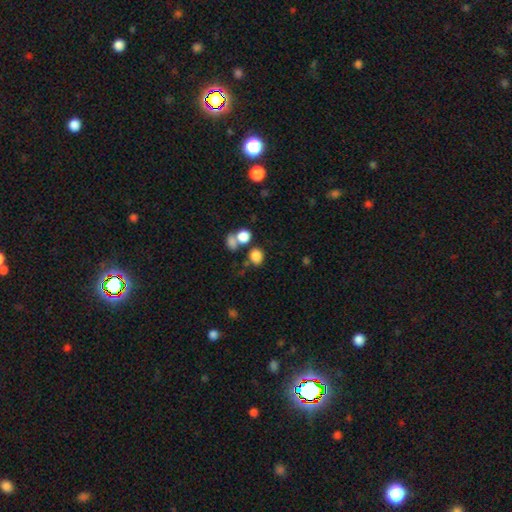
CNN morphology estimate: This appears to be a smooth galaxy with no disk features (82%) that is round (70%). Merging: none (58%).